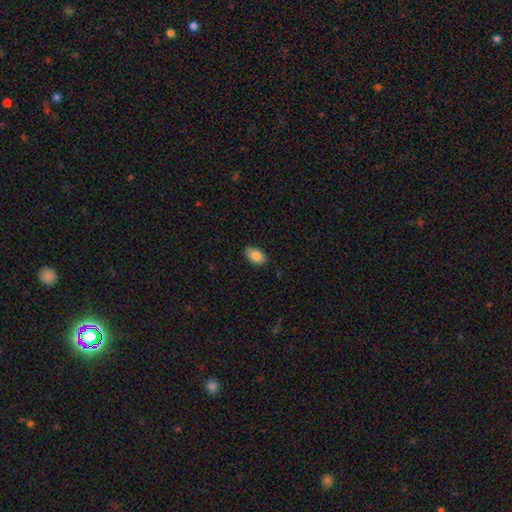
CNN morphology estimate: Smooth or featured: smooth — 84% (featured or disk — 9%)
How rounded: in between — 91% (round — 8%)
Merging: none — 84% (minor disturbance — 13%)